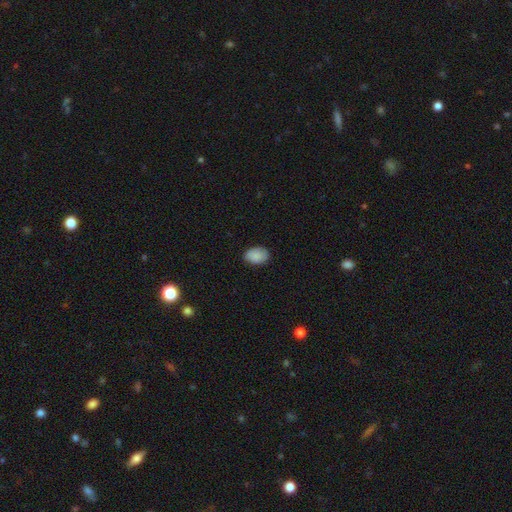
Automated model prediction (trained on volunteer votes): A smooth galaxy with no disk features (86%) that is in between round and cigar-shaped (80%). Merging: none (80%).